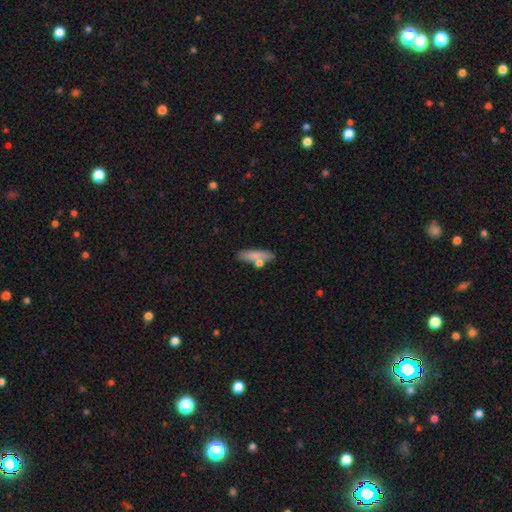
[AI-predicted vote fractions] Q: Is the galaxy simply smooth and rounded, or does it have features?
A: smooth — 74%.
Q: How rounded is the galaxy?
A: cigar-shaped — 63%.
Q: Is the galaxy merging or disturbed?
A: none — 67%.